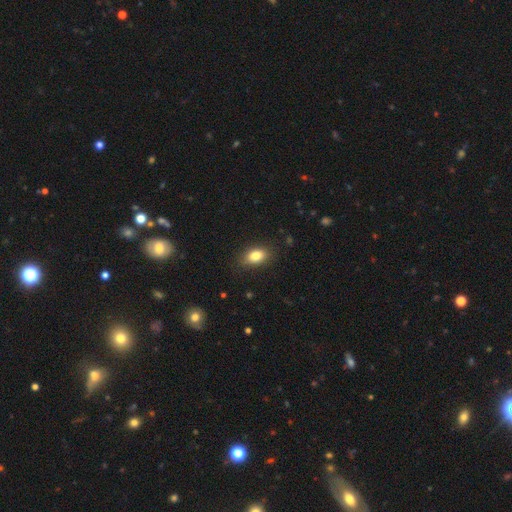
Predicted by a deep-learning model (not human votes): Q: Smooth or featured?
A: smooth (83%); runner-up: featured or disk (9%)
Q: How rounded?
A: in between (86%); runner-up: round (11%)
Q: Merging?
A: none (84%); runner-up: minor disturbance (12%)